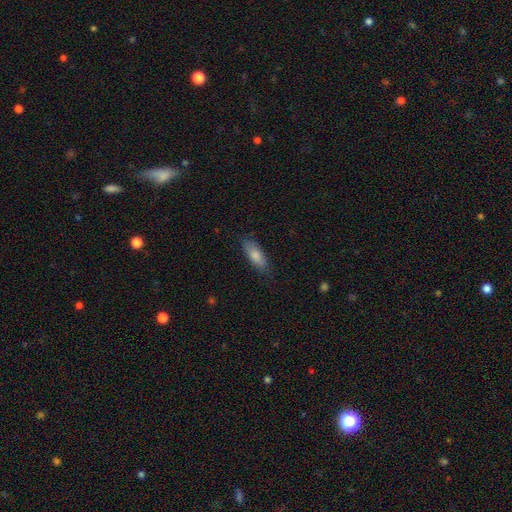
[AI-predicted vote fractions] A smooth galaxy with no disk features (81%) that is in between round and cigar-shaped (70%).

Vote fractions:
- Smooth or featured? smooth: 81% / featured or disk: 13% / star or artifact: 6%
- How rounded? in between: 70% / cigar-shaped: 28% / round: 2%
- Merging? none: 80% / minor disturbance: 16% / major disturbance: 3% / merger: 1%